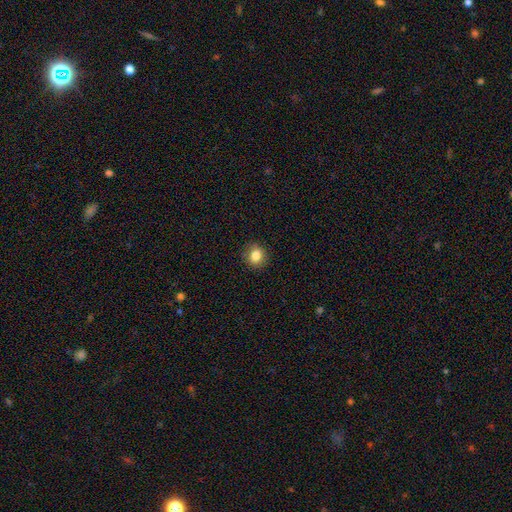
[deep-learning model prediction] smooth_or_featured: smooth (p=0.83) [alt: star or artifact p=0.11]
how_rounded: round (p=0.82) [alt: in between p=0.17]
merging: none (p=0.88) [alt: minor disturbance p=0.09]